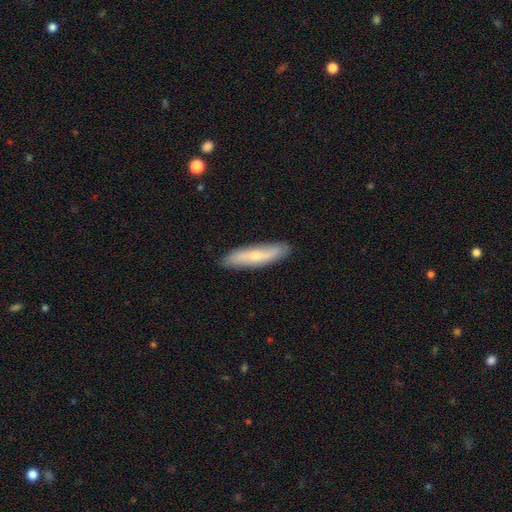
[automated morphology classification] The model was most divided on "smooth or featured": smooth: 51%, featured or disk: 43%, star or artifact: 6%. More confident: merging — none (87%); how rounded — cigar-shaped (77%).